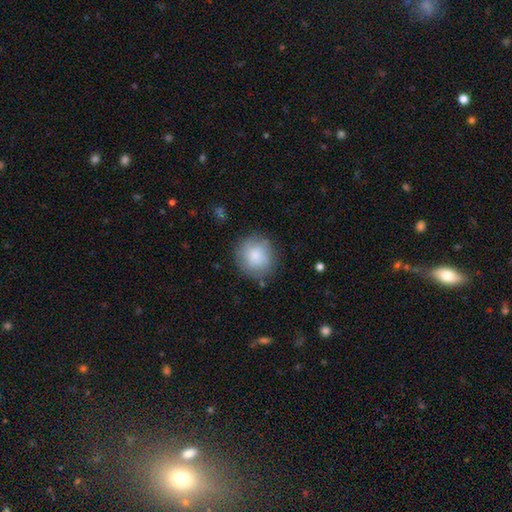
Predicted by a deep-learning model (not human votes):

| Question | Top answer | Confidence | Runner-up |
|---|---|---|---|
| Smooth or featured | smooth | 80% | featured or disk (13%) |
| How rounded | round | 90% | in between (9%) |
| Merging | none | 80% | minor disturbance (14%) |